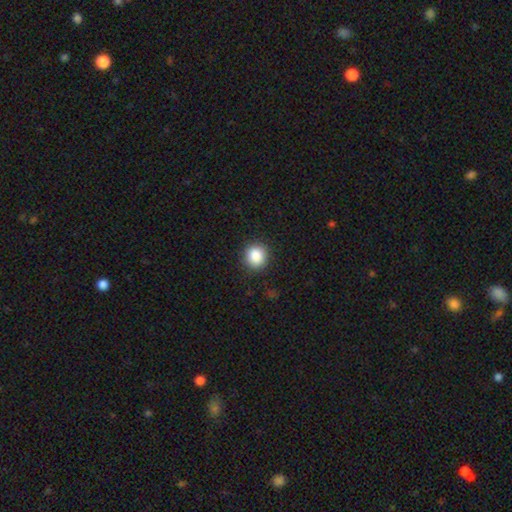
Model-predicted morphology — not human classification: Smooth or featured?
  - smooth: 88% *
  - star or artifact: 9%
  - featured or disk: 3%
How rounded?
  - round: 90% *
  - in between: 9%
  - cigar-shaped: 1%
Merging?
  - none: 90% *
  - minor disturbance: 7%
  - major disturbance: 2%
  - merger: 1%